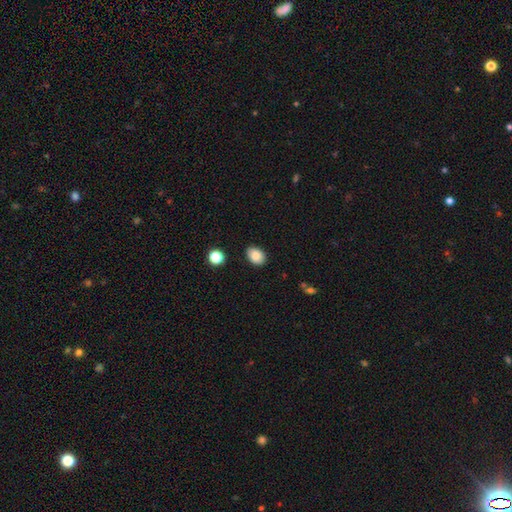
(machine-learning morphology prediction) smooth-or-featured: smooth: 86% | star or artifact: 8% | featured or disk: 6%
  how-rounded: in between: 76% | round: 23% | cigar-shaped: 1%
  merging: none: 87% | minor disturbance: 9% | major disturbance: 2% | merger: 2%